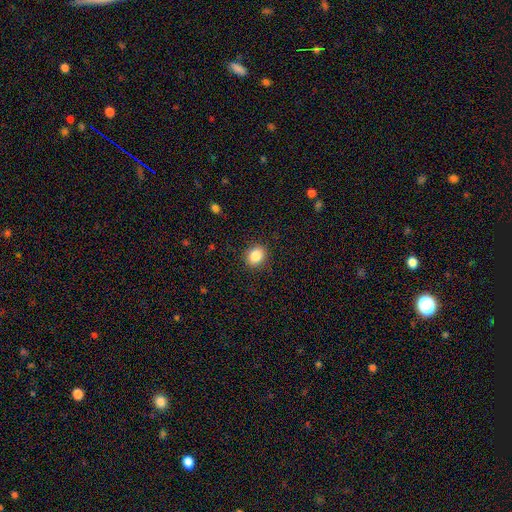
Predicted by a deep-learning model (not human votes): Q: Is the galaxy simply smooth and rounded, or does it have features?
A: smooth — 86%.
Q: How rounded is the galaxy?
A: round — 67%.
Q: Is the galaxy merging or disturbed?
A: none — 89%.